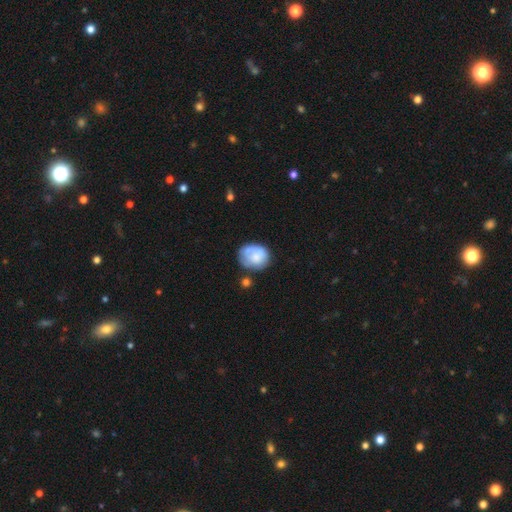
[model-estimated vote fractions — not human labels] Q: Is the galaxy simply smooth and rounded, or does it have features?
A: smooth — 60%.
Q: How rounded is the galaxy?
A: round — 59%.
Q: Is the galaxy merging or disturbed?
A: none — 50%.